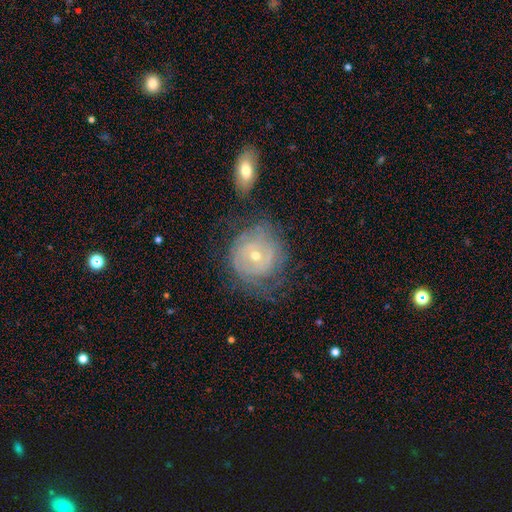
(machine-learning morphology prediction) Smooth or featured? featured or disk (65%)
Edge-on disk? no (96%)
Bar? no (77%)
Spiral arms? yes (74%)
Bulge size? small (55%)
Merging? none (56%)